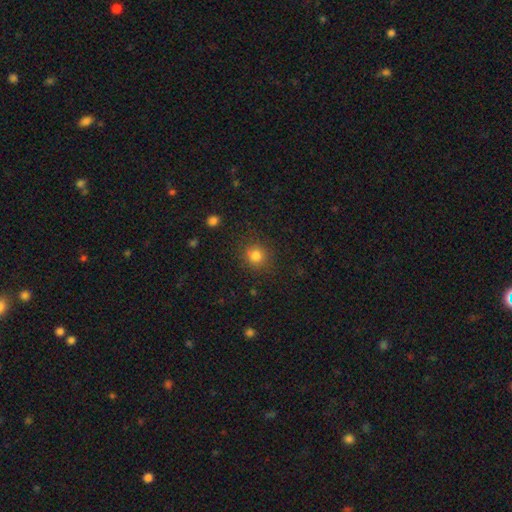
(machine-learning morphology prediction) Smooth or featured: smooth — 82% (star or artifact — 13%)
How rounded: round — 90% (in between — 9%)
Merging: none — 86% (minor disturbance — 9%)